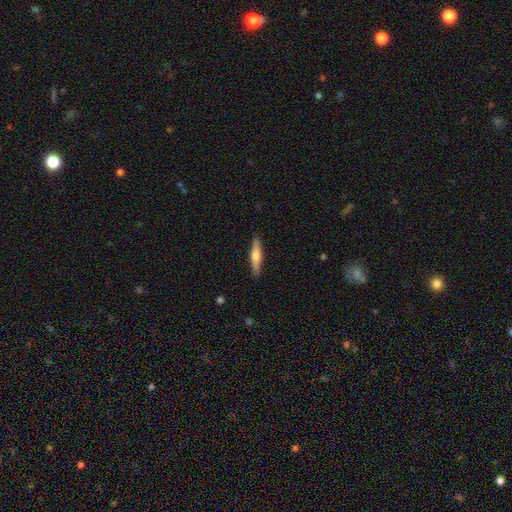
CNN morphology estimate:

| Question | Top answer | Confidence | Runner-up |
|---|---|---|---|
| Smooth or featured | smooth | 55% | featured or disk (40%) |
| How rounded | cigar-shaped | 86% | in between (13%) |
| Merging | none | 90% | minor disturbance (8%) |